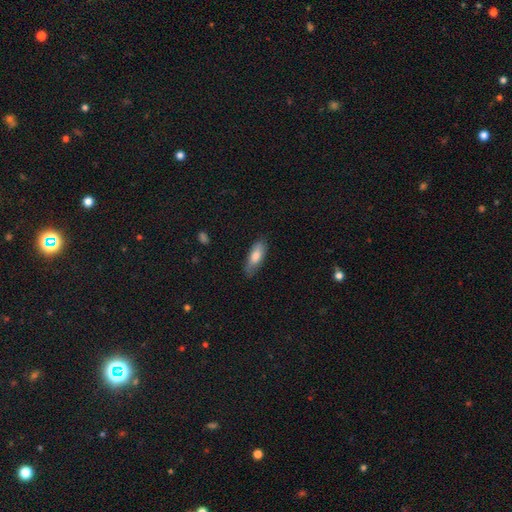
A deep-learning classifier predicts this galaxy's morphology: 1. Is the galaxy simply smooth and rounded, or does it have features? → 76% smooth, 18% featured or disk, 6% star or artifact.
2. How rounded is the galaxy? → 63% in between, 35% cigar-shaped, 2% round.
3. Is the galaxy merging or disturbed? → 76% none, 19% minor disturbance, 4% major disturbance, 1% merger.